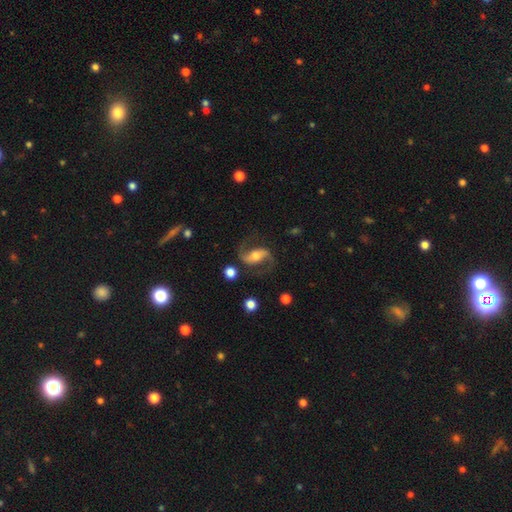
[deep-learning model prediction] Overall: featured or disk (86%). Edge-on disk: no (96%). Bar: strong (45%; weak 32%). Spiral arms: yes (96%). Spiral arm count: 2 (93%). Spiral winding: loose (52%; medium 40%). Bulge size: moderate (60%; small 23%). Merging: none (76%).